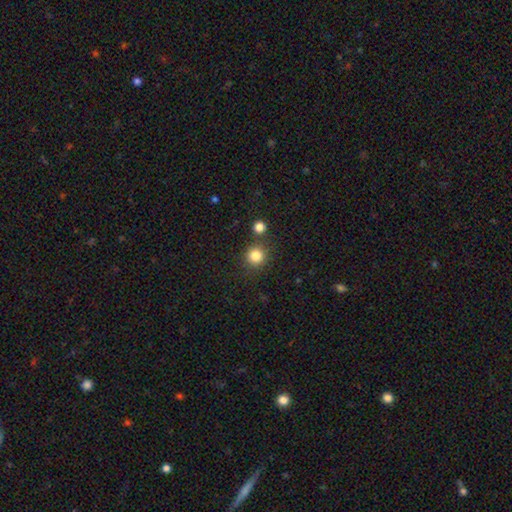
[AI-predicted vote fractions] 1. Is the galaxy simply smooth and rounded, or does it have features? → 84% smooth, 12% star or artifact, 4% featured or disk.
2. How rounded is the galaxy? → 93% round, 6% in between, 1% cigar-shaped.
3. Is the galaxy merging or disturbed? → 82% none, 8% merger, 7% minor disturbance, 3% major disturbance.